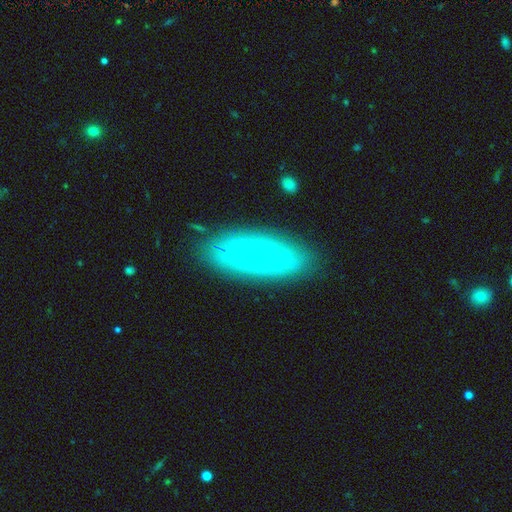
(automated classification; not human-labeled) This appears to be a featured or disk galaxy (64%) with no bar (74%), spiral arms (67%) and a small central bulge (82%). Merging: none (81%).